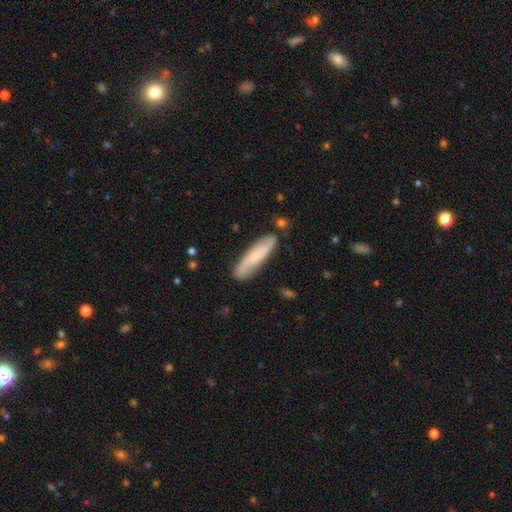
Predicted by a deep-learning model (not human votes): The model was most divided on "smooth or featured": smooth: 51%, featured or disk: 43%, star or artifact: 6%. More confident: merging — none (82%); how rounded — cigar-shaped (76%).